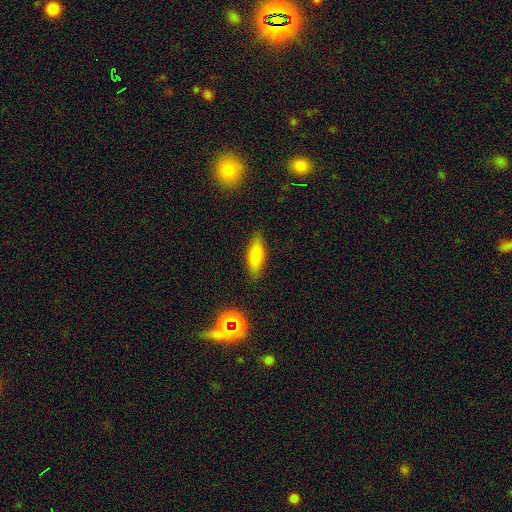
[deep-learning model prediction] A smooth galaxy with no disk features (78%) that is in between round and cigar-shaped (60%).

Vote fractions:
- Smooth or featured? smooth: 78% / featured or disk: 14% / star or artifact: 8%
- How rounded? in between: 60% / cigar-shaped: 38% / round: 2%
- Merging? none: 85% / minor disturbance: 11% / major disturbance: 3% / merger: 2%